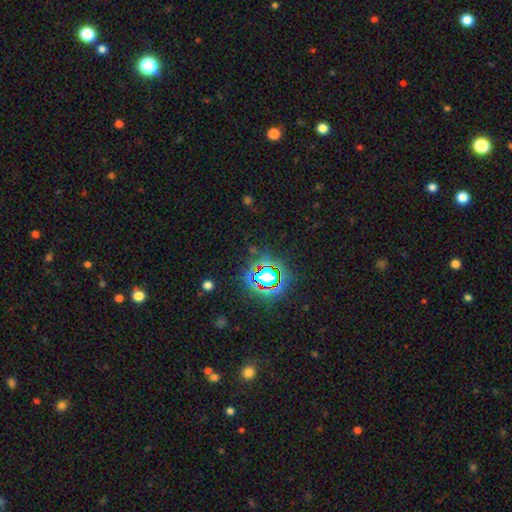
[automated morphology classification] star or artifact 79%, smooth 13%, featured or disk 8%.